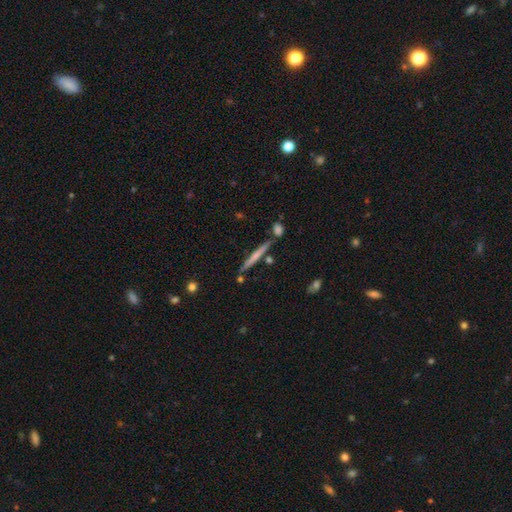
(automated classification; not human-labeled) This is possibly a smooth galaxy (48%). Merging: clearly none (80%).